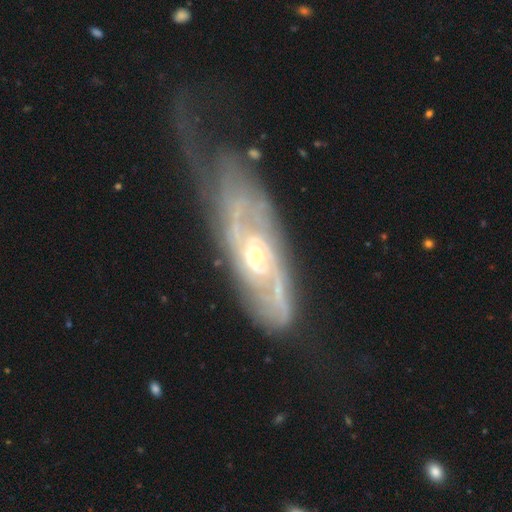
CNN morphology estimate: type=featured or disk (84%); edge-on=no (86%); bar=no (70%); spiral arms=yes (88%); winding=tight (55%); arm count=can't tell (42%); bulge=small (50%); merging=none (37%).